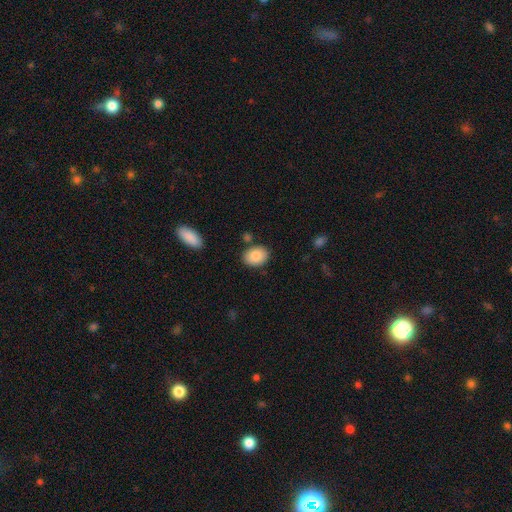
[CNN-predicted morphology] Smooth or featured?
  - smooth: 84% *
  - featured or disk: 9%
  - star or artifact: 7%
How rounded?
  - in between: 67% *
  - round: 32%
  - cigar-shaped: 1%
Merging?
  - none: 82% *
  - minor disturbance: 10%
  - merger: 4%
  - major disturbance: 3%